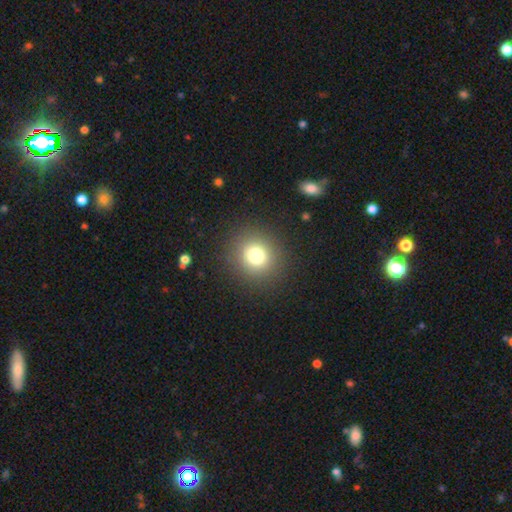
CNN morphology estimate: A smooth galaxy with no disk features (77%) that is round (90%). Merging: none (90%).